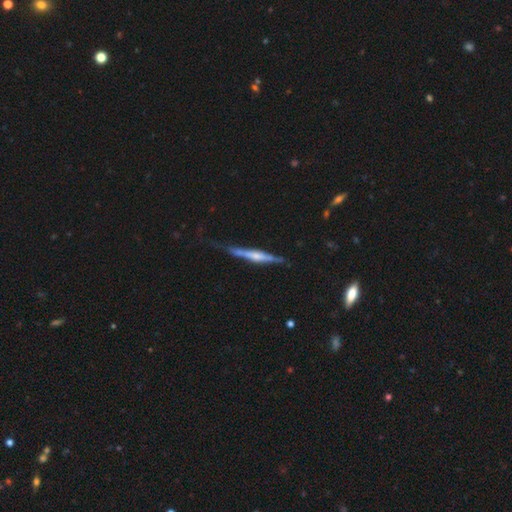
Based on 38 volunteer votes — This appears to be a featured or disk galaxy (74%) viewed edge-on (100%) with a rounded central bulge (79%). Merging: none (64%).